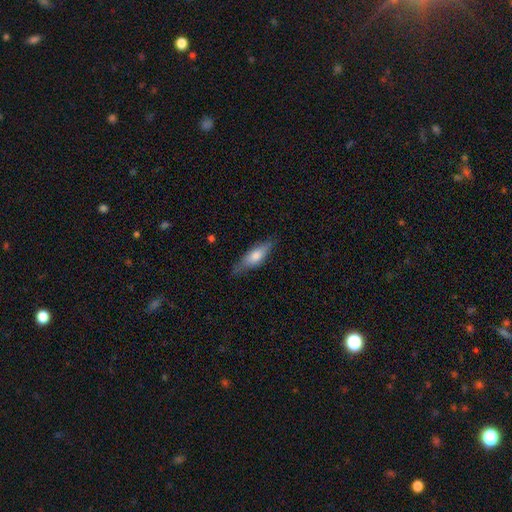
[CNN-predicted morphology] The model was most divided on "smooth or featured": smooth: 53%, featured or disk: 41%, star or artifact: 6%. More confident: merging — none (77%); how rounded — cigar-shaped (56%).